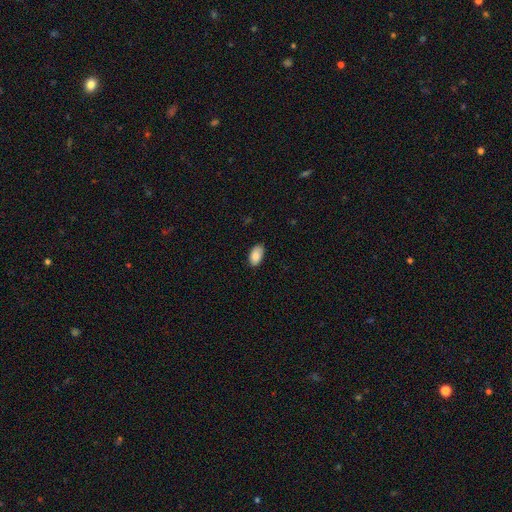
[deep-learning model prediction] Q: Smooth or featured?
A: smooth (88%); runner-up: star or artifact (7%)
Q: How rounded?
A: in between (95%); runner-up: round (4%)
Q: Merging?
A: none (81%); runner-up: minor disturbance (16%)